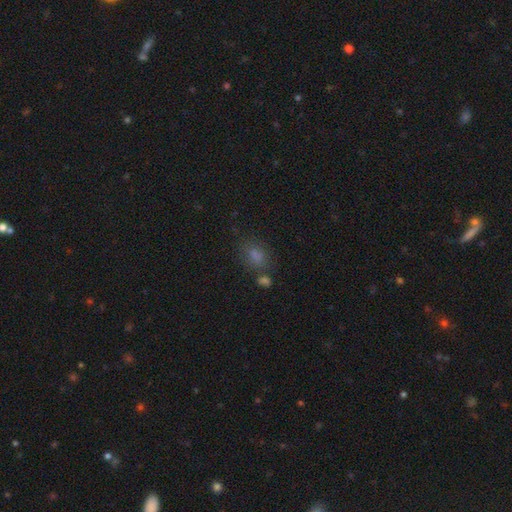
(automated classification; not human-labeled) A smooth galaxy with no disk features (66%) that is in between round and cigar-shaped (55%).

Vote fractions:
- Smooth or featured? smooth: 66% / star or artifact: 25% / featured or disk: 9%
- How rounded? in between: 55% / round: 42% / cigar-shaped: 2%
- Merging? none: 68% / merger: 14% / minor disturbance: 13% / major disturbance: 5%